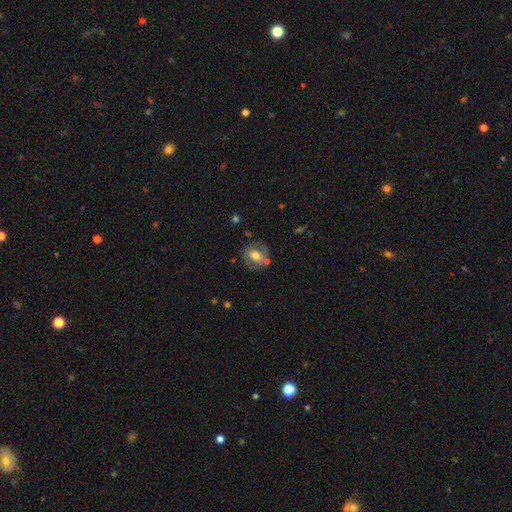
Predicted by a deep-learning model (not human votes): Smooth or featured? Predicted: smooth (p=0.50). Merging? Predicted: none (p=0.71).